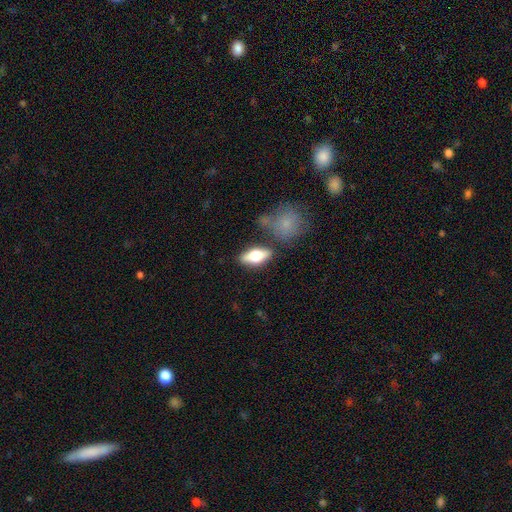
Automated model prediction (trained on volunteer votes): Q: Smooth or featured?
A: smooth (59%); runner-up: featured or disk (34%)
Q: How rounded?
A: in between (76%); runner-up: cigar-shaped (19%)
Q: Merging?
A: none (76%); runner-up: minor disturbance (13%)